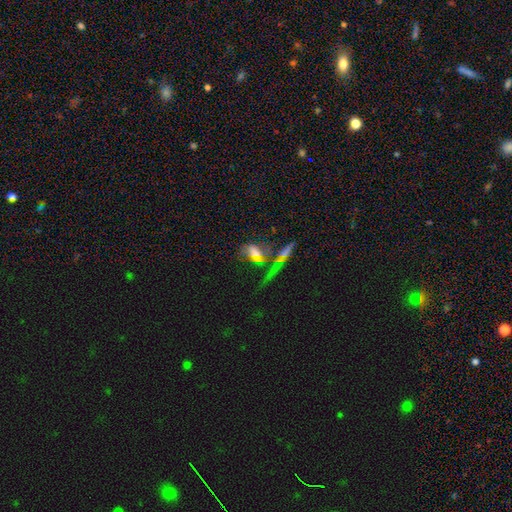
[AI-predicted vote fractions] A smooth galaxy with no disk features (39%).

Vote fractions:
- Smooth or featured? smooth: 39% / featured or disk: 37% / star or artifact: 24%
- Merging? none: 45% / merger: 21% / major disturbance: 17% / minor disturbance: 17%